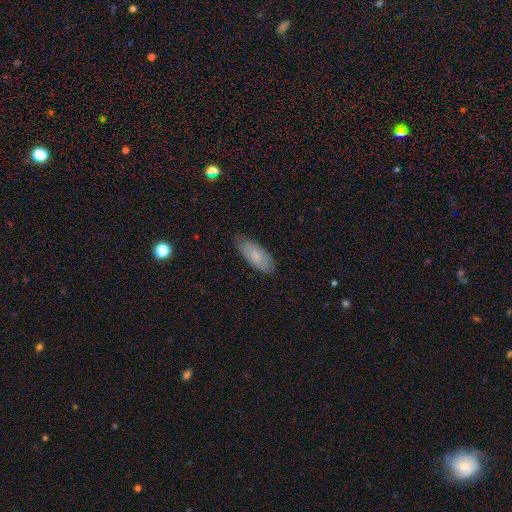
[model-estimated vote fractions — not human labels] smooth-or-featured: smooth: 71% | featured or disk: 23% | star or artifact: 6%
  how-rounded: in between: 82% | cigar-shaped: 16% | round: 2%
  merging: none: 78% | minor disturbance: 18% | major disturbance: 3% | merger: 1%